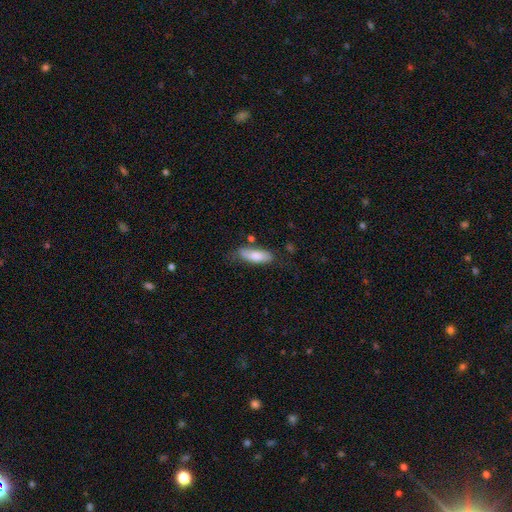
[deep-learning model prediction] smooth_or_featured: smooth (p=0.78) [alt: featured or disk p=0.17]
how_rounded: in between (p=0.64) [alt: cigar-shaped p=0.34]
merging: none (p=0.63) [alt: minor disturbance p=0.24]